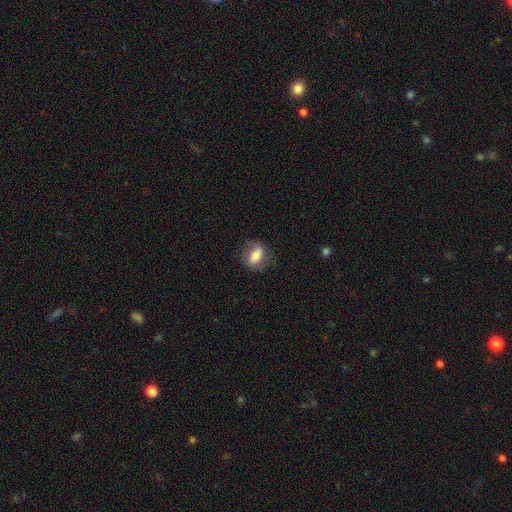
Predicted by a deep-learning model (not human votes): Overall: smooth (69%). How rounded: in between (72%). Merging: none (74%).